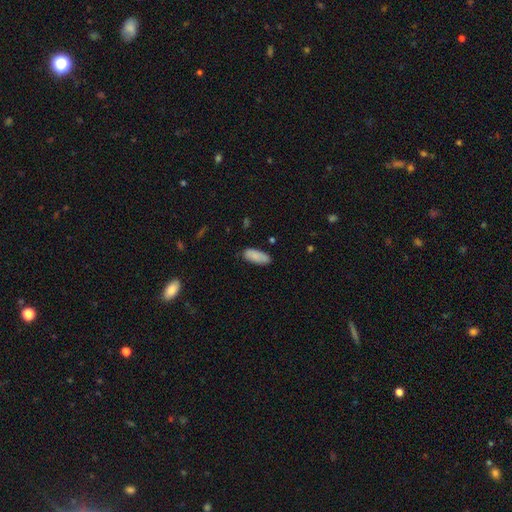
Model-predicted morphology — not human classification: Smooth or featured? Predicted: smooth (p=0.86). How rounded? Predicted: in between (p=0.80). Merging? Predicted: none (p=0.81).